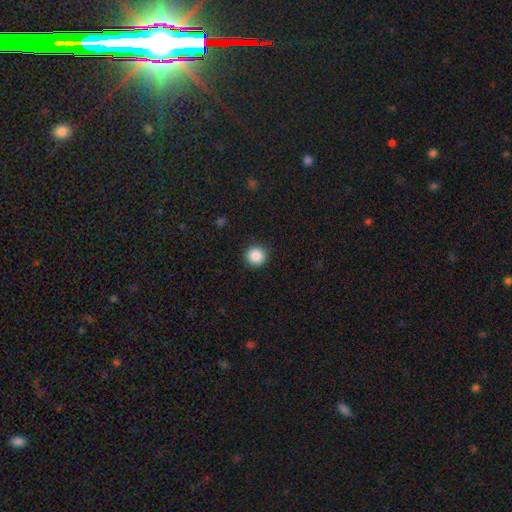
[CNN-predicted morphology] smooth_or_featured: smooth (p=0.87) [alt: star or artifact p=0.10]
how_rounded: round (p=0.95) [alt: in between p=0.04]
merging: none (p=0.91) [alt: minor disturbance p=0.06]